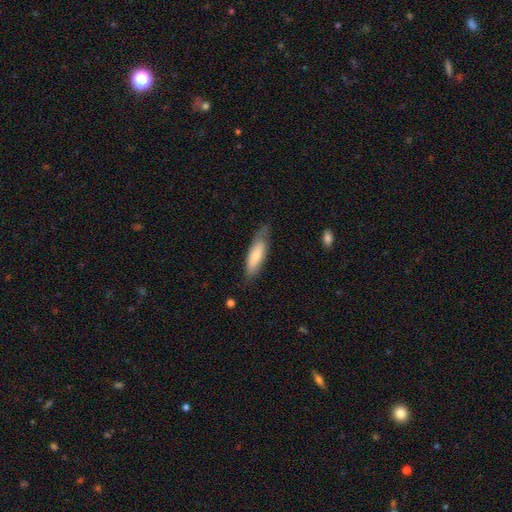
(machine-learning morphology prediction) Smooth or featured: smooth — 68% (featured or disk — 26%)
How rounded: cigar-shaped — 51% (in between — 47%)
Merging: none — 67% (minor disturbance — 25%)